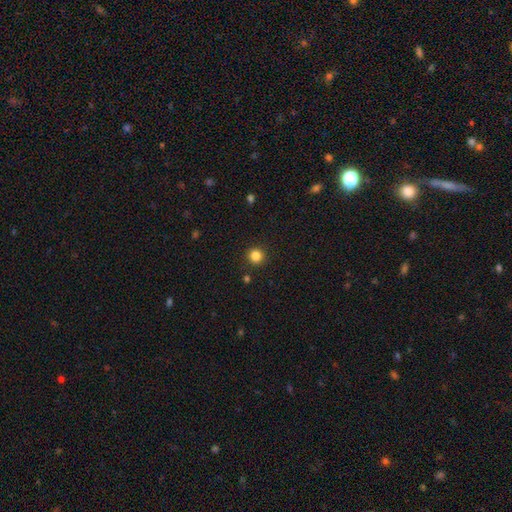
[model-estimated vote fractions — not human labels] Morphology: type=smooth (84%); roundness=round (94%); merging=none (92%).